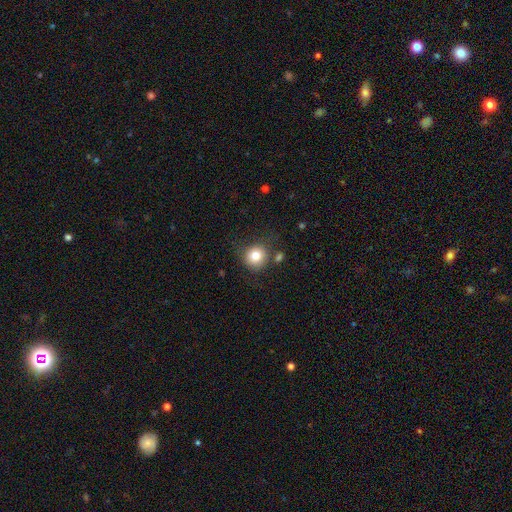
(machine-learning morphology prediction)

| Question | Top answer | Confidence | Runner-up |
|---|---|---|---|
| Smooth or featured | smooth | 81% | star or artifact (11%) |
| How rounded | round | 90% | in between (9%) |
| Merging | none | 77% | minor disturbance (12%) |